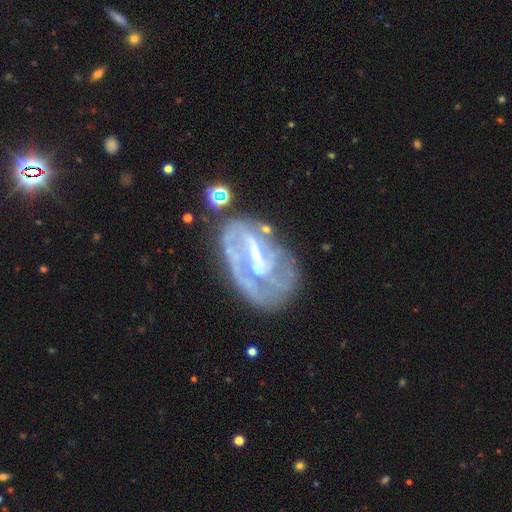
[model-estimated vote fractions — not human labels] Overall: featured or disk (79%). Edge-on disk: no (96%). Bar: weak (43%; strong 37%). Spiral arms: yes (72%). Spiral arm count: can't tell (36%; 2 31%). Spiral winding: tight (46%; medium 36%). Bulge size: small (50%; moderate 32%). Merging: none (50%; minor disturbance 22%).